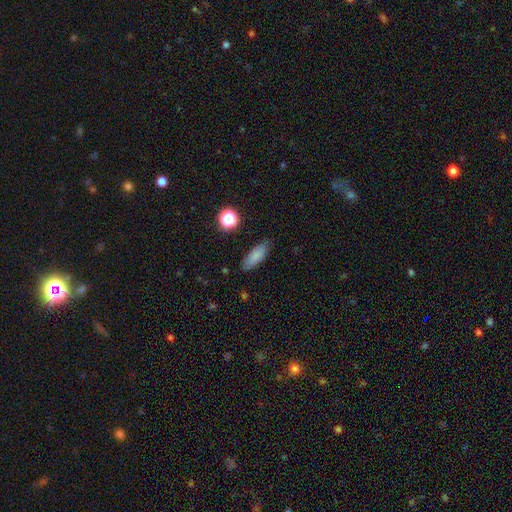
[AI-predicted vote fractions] Q: Smooth or featured?
A: smooth (82%); runner-up: star or artifact (9%)
Q: How rounded?
A: in between (62%); runner-up: cigar-shaped (35%)
Q: Merging?
A: none (80%); runner-up: minor disturbance (15%)